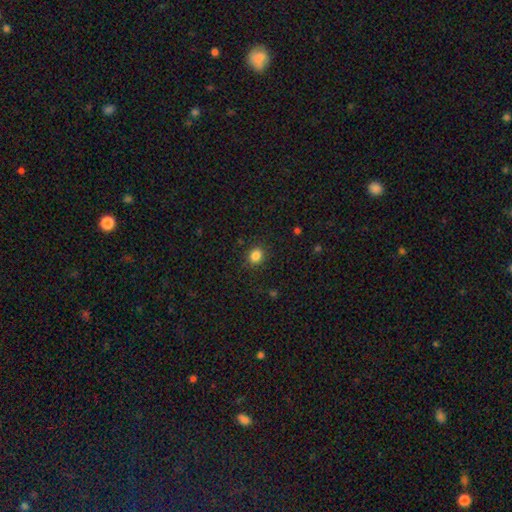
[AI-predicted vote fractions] Morphology: type=smooth (85%); roundness=round (77%); merging=none (88%).